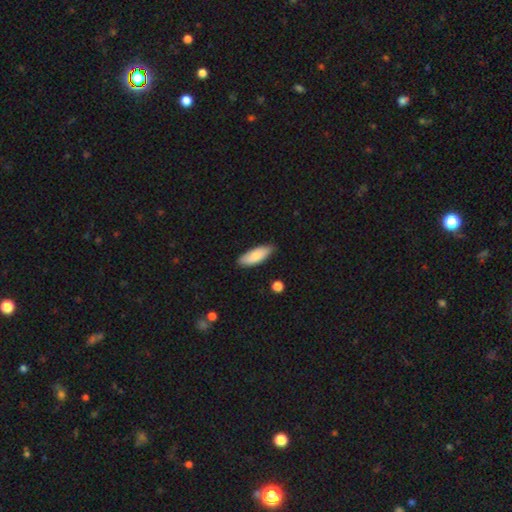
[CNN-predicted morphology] smooth_or_featured: smooth (p=0.81) [alt: featured or disk p=0.13]
how_rounded: in between (p=0.76) [alt: cigar-shaped p=0.23]
merging: none (p=0.82) [alt: minor disturbance p=0.15]